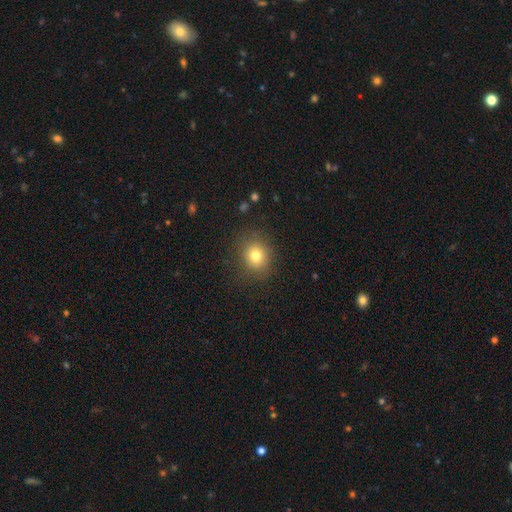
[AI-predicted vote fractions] The model was most divided on "how rounded": round: 79%, in between: 20%, cigar-shaped: 1%. More confident: merging — none (86%); smooth or featured — smooth (78%).